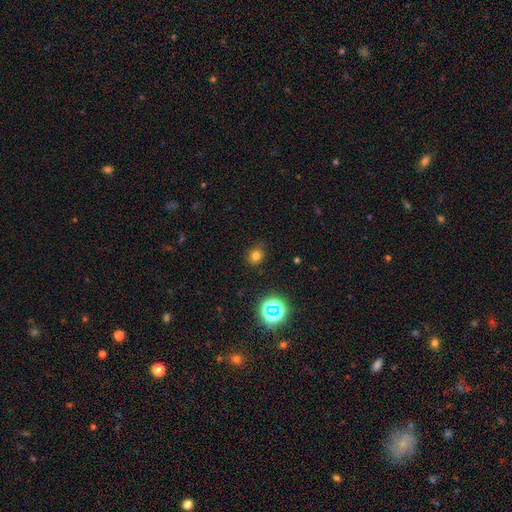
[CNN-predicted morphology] The model was most divided on "how rounded": round: 74%, in between: 25%, cigar-shaped: 1%. More confident: merging — none (82%); smooth or featured — smooth (73%).